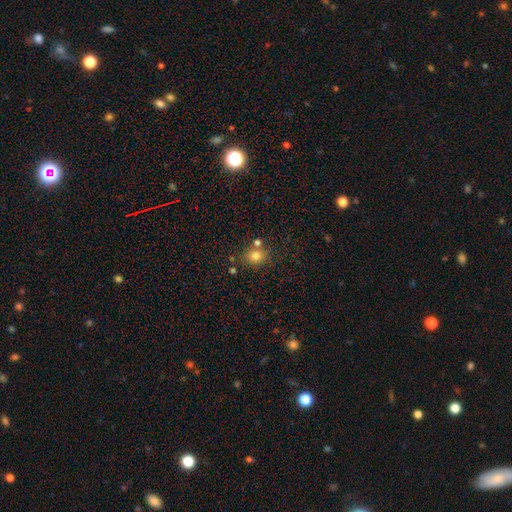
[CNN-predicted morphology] Smooth or featured?
  - smooth: 80% *
  - star or artifact: 13%
  - featured or disk: 7%
How rounded?
  - round: 71% *
  - in between: 28%
  - cigar-shaped: 1%
Merging?
  - none: 67% *
  - merger: 17%
  - minor disturbance: 12%
  - major disturbance: 4%